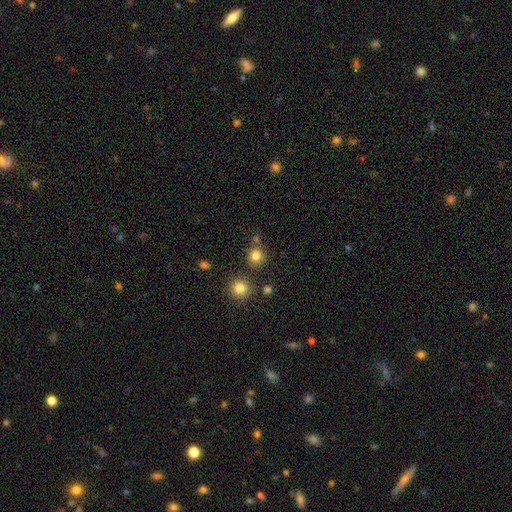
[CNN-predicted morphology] This is clearly a smooth galaxy (81%). How rounded: clearly round (90%). Merging: likely none (78%).